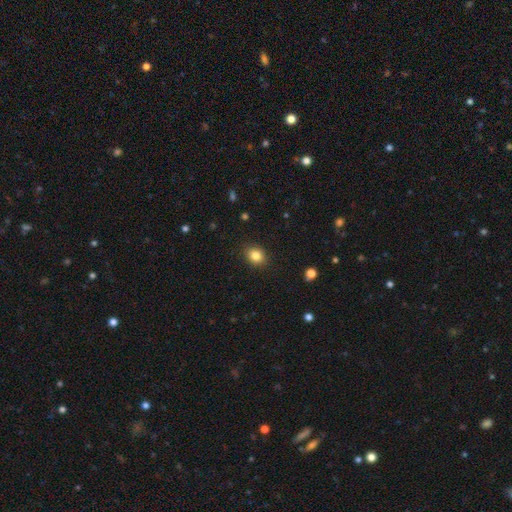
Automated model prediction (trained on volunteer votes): A smooth galaxy with no disk features (84%) that is round (53%). Merging: none (89%).